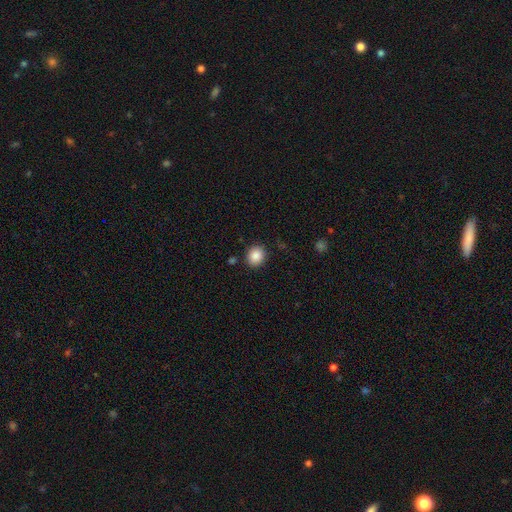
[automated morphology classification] Smooth or featured? Predicted: smooth (p=0.88). How rounded? Predicted: round (p=0.74). Merging? Predicted: none (p=0.87).